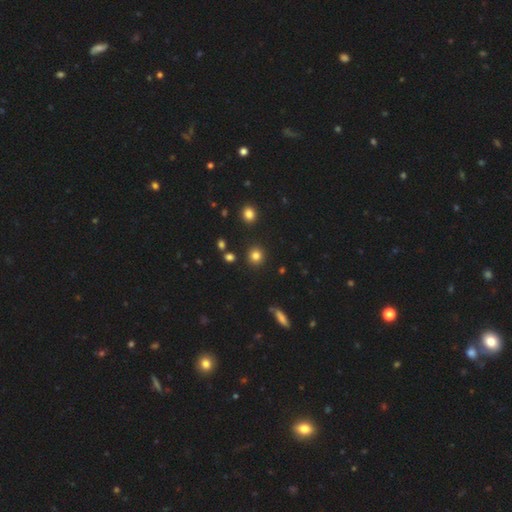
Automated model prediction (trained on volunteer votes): A smooth galaxy with no disk features (82%) that is round (92%).

Vote fractions:
- Smooth or featured? smooth: 82% / star or artifact: 13% / featured or disk: 6%
- How rounded? round: 92% / in between: 7% / cigar-shaped: 1%
- Merging? none: 90% / minor disturbance: 6% / merger: 3% / major disturbance: 2%